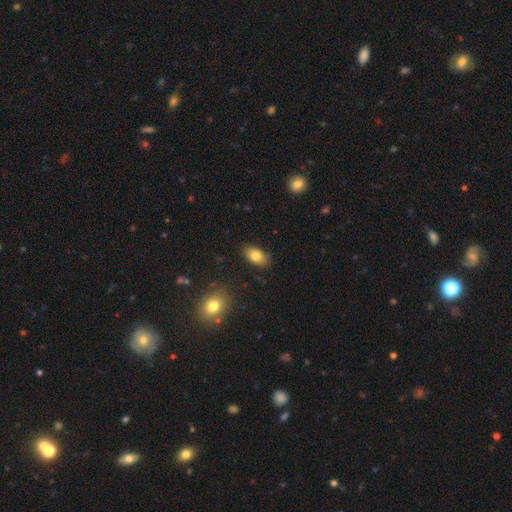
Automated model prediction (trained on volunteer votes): smooth_or_featured: smooth (p=0.80) [alt: featured or disk p=0.12]
how_rounded: in between (p=0.92) [alt: round p=0.06]
merging: none (p=0.84) [alt: minor disturbance p=0.13]